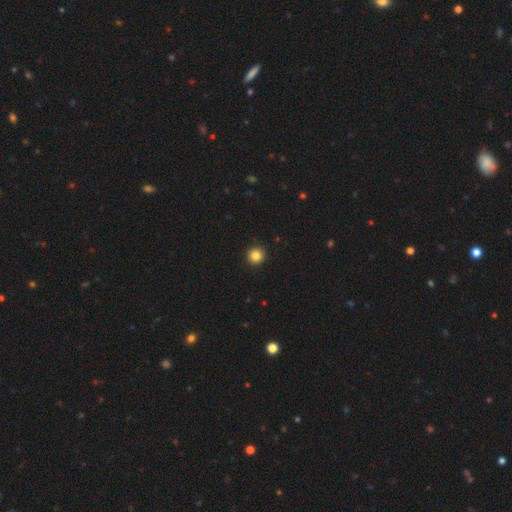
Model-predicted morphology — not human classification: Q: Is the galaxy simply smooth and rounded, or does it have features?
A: smooth — 85%.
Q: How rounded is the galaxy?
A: round — 96%.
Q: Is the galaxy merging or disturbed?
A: none — 94%.